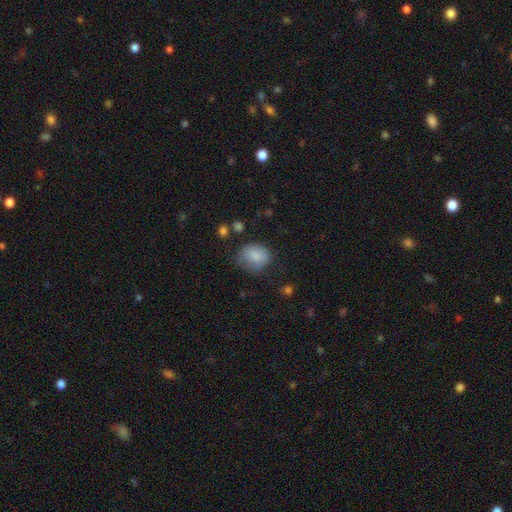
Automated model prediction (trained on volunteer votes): This is clearly a smooth galaxy (82%). How rounded: possibly in between (54%). Merging: possibly none (51%).